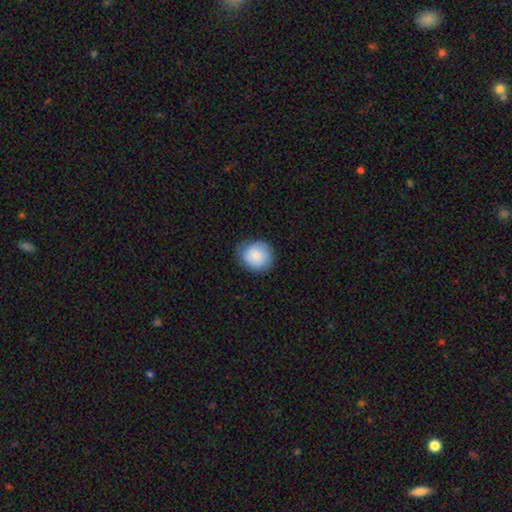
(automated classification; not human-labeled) smooth-or-featured: smooth: 84% | featured or disk: 10% | star or artifact: 7%
  how-rounded: round: 87% | in between: 12% | cigar-shaped: 1%
  merging: none: 73% | minor disturbance: 22% | major disturbance: 4% | merger: 1%